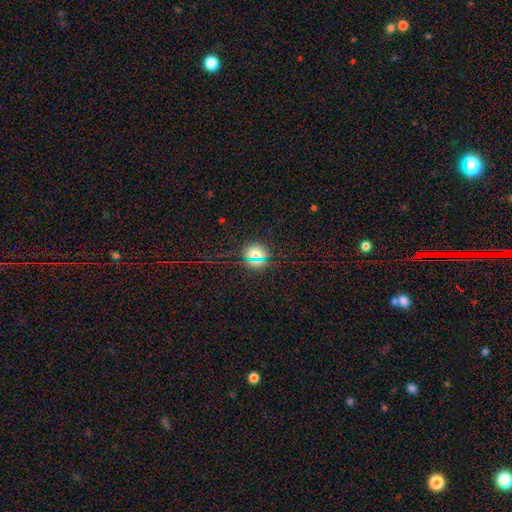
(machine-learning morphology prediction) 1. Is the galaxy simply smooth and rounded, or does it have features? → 51% smooth, 39% star or artifact, 10% featured or disk.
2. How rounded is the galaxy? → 69% round, 28% in between, 3% cigar-shaped.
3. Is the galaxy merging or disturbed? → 82% none, 11% minor disturbance, 5% major disturbance, 3% merger.